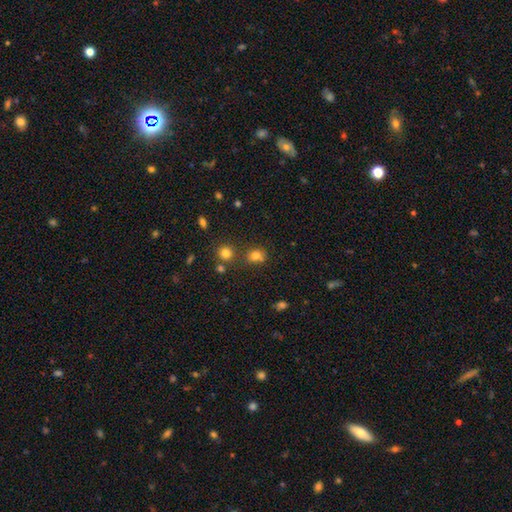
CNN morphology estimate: Smooth or featured?
  - smooth: 76% *
  - star or artifact: 17%
  - featured or disk: 7%
How rounded?
  - round: 70% *
  - in between: 29%
  - cigar-shaped: 1%
Merging?
  - none: 66% *
  - merger: 17%
  - minor disturbance: 13%
  - major disturbance: 4%